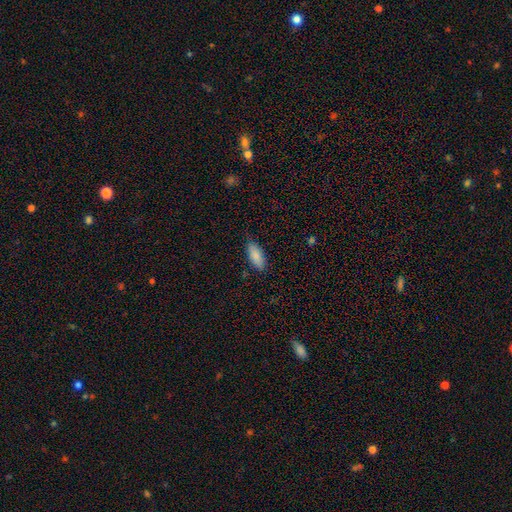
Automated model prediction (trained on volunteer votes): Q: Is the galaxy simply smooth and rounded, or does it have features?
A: smooth — 86%.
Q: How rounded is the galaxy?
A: in between — 81%.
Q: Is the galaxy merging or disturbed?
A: none — 81%.